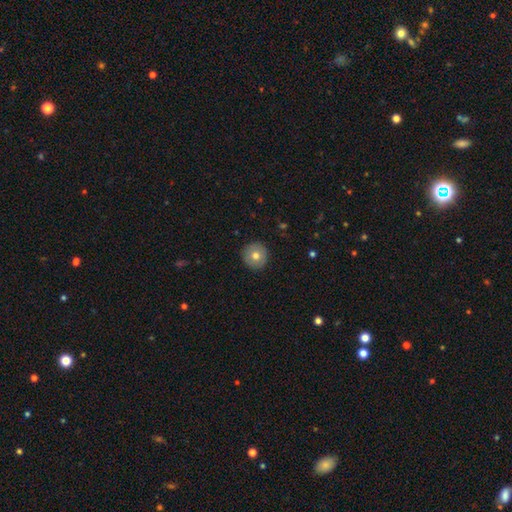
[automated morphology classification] This is likely a smooth galaxy (73%). How rounded: clearly round (95%). Merging: clearly none (92%).